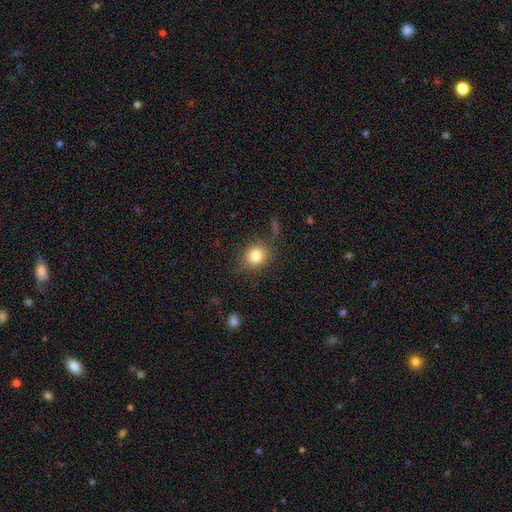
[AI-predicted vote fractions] smooth_or_featured: smooth (p=0.81) [alt: star or artifact p=0.10]
how_rounded: round (p=0.77) [alt: in between p=0.22]
merging: none (p=0.74) [alt: minor disturbance p=0.16]